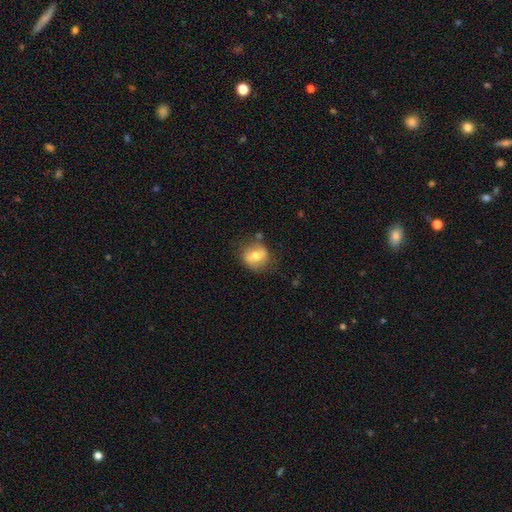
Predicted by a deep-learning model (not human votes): Overall: smooth (62%; featured or disk 29%). How rounded: round (79%). Merging: none (72%).